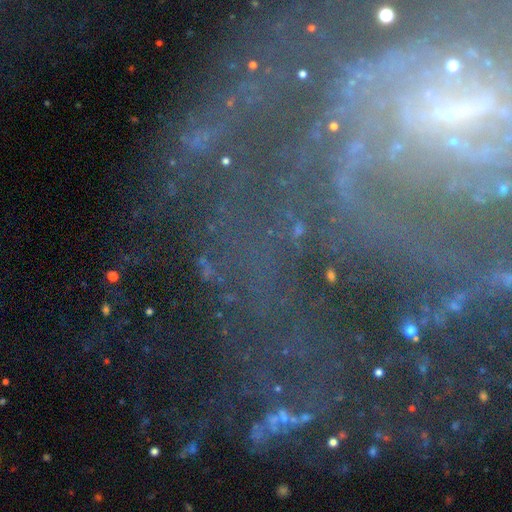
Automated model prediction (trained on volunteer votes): The model was most divided on "smooth or featured": featured or disk: 53%, star or artifact: 33%, smooth: 13%. More confident: edge-on disk — no (91%); merging — none (63%).